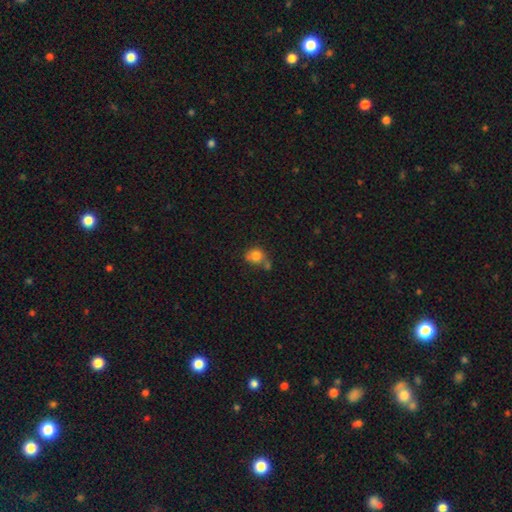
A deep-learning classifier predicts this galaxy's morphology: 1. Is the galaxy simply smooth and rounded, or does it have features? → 81% smooth, 10% star or artifact, 9% featured or disk.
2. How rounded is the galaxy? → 70% round, 29% in between, 1% cigar-shaped.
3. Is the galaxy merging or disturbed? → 45% none, 25% merger, 21% minor disturbance, 9% major disturbance.